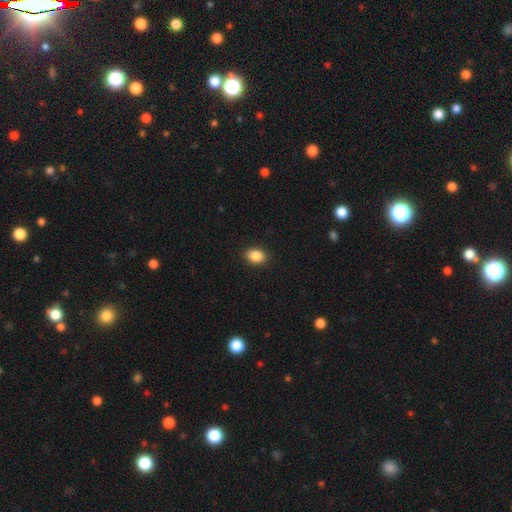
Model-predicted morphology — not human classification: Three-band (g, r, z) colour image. It shows a smooth galaxy with no disk features (88%) that is in between round and cigar-shaped (69%). Merging: none (91%).